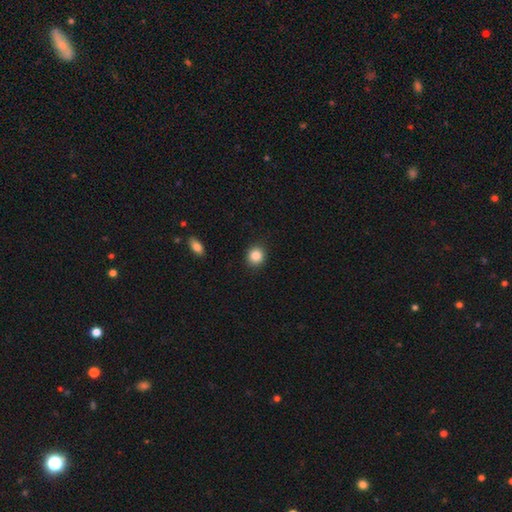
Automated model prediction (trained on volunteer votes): This is clearly a smooth galaxy (86%). How rounded: clearly round (84%). Merging: clearly none (90%).